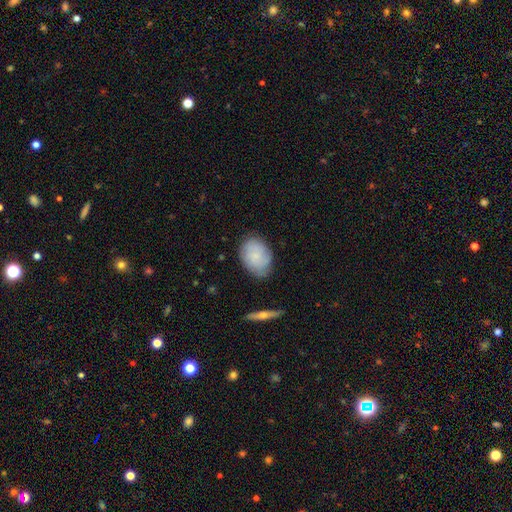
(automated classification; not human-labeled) Q: Smooth or featured?
A: smooth (60%); runner-up: featured or disk (33%)
Q: How rounded?
A: in between (72%); runner-up: round (27%)
Q: Merging?
A: none (76%); runner-up: minor disturbance (19%)